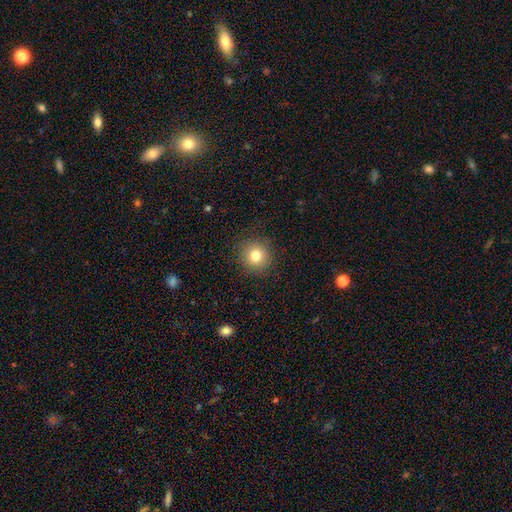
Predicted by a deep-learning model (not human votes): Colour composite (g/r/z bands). It shows a smooth galaxy with no disk features (80%) that is round (93%). Merging: none (90%).